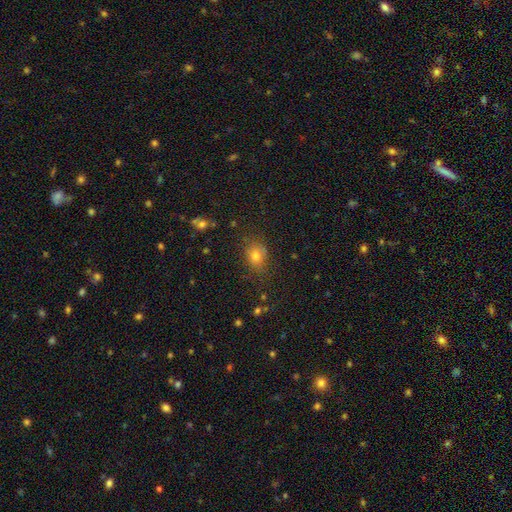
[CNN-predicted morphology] Smooth or featured? smooth (72%)
How rounded? round (56%)
Merging? none (78%)